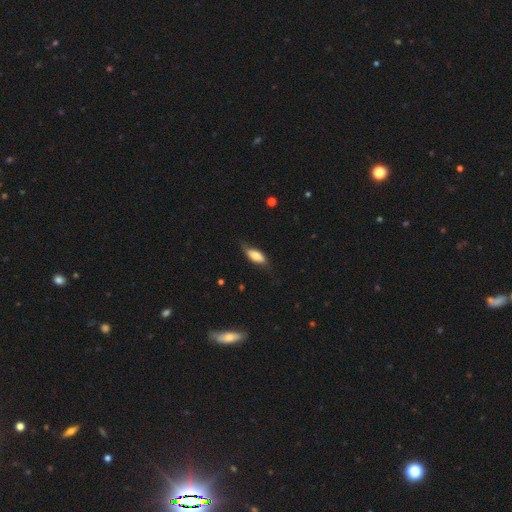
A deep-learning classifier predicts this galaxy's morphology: Smooth or featured: smooth — 70% (featured or disk — 24%)
How rounded: in between — 81% (cigar-shaped — 16%)
Merging: none — 61% (minor disturbance — 29%)